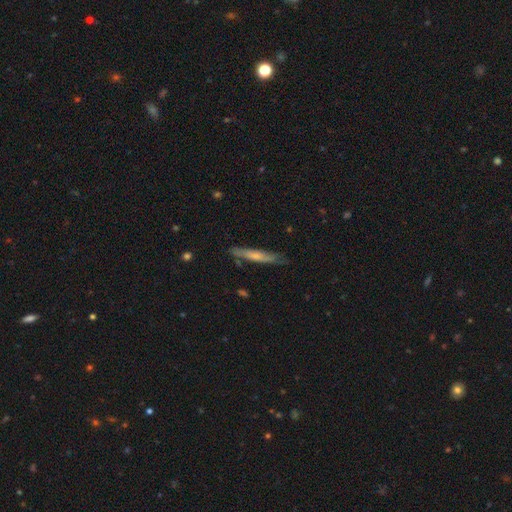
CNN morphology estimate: Q: Smooth or featured?
A: smooth (51%); runner-up: featured or disk (43%)
Q: How rounded?
A: cigar-shaped (94%); runner-up: in between (5%)
Q: Merging?
A: none (79%); runner-up: minor disturbance (16%)